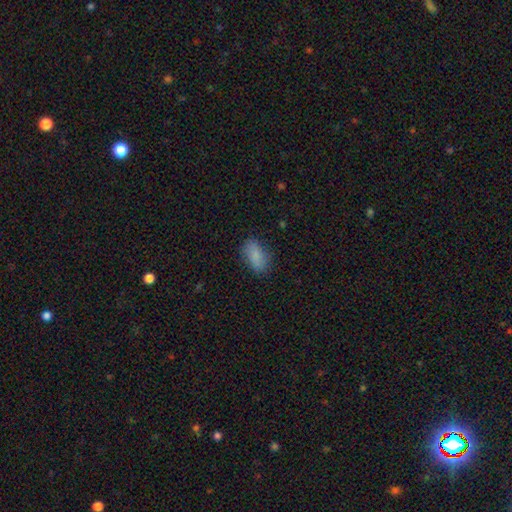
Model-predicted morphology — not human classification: smooth_or_featured: smooth (p=0.84) [alt: star or artifact p=0.08]
how_rounded: in between (p=0.91) [alt: round p=0.05]
merging: none (p=0.79) [alt: minor disturbance p=0.16]